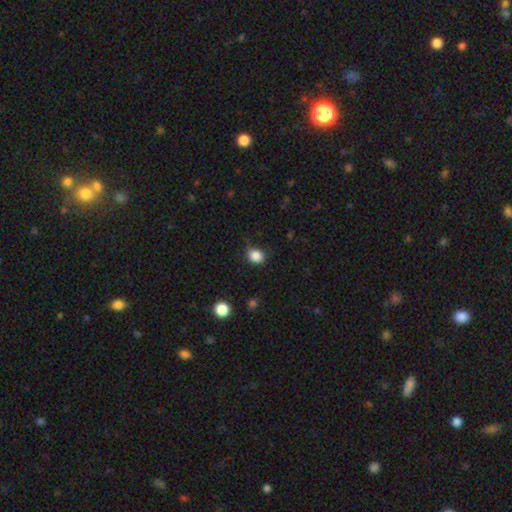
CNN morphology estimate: This appears to be a smooth galaxy with no disk features (86%) that is round (67%). Merging: none (77%).